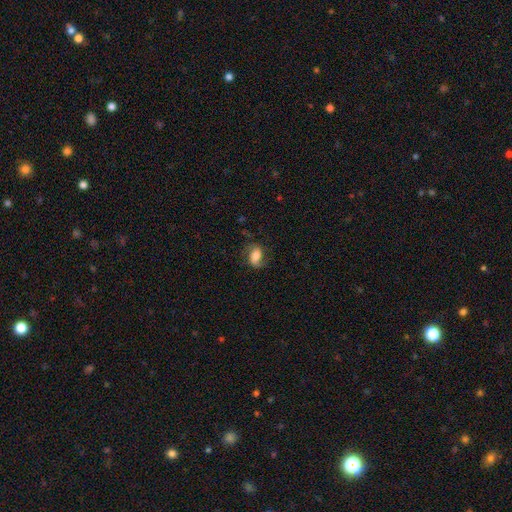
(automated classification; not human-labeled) Smooth or featured?
  - featured or disk: 49% *
  - smooth: 42%
  - star or artifact: 9%
Merging?
  - none: 69% *
  - minor disturbance: 20%
  - major disturbance: 11%
  - merger: 1%